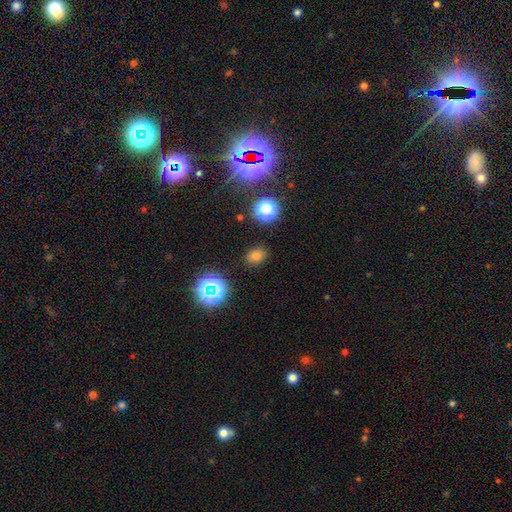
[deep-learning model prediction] Smooth or featured: smooth — 71% (star or artifact — 22%)
How rounded: in between — 58% (round — 41%)
Merging: none — 85% (minor disturbance — 10%)